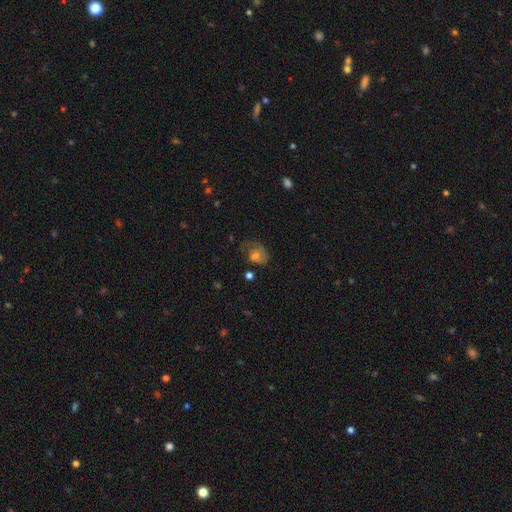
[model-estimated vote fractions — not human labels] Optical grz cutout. It shows a smooth galaxy with no disk features (43%, tied with featured or disk). Merging: none (40%).